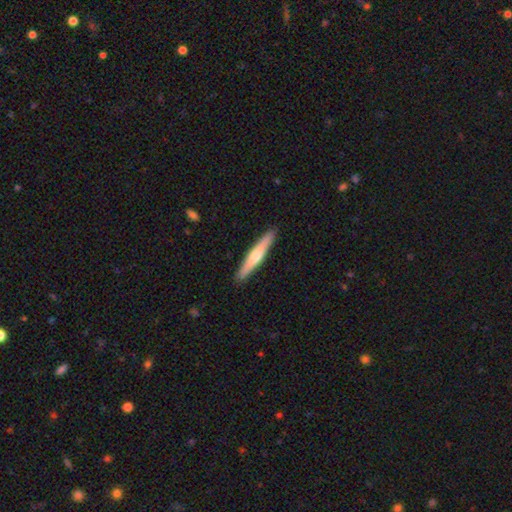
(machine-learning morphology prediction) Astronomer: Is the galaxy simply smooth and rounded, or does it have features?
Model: featured or disk — 48% (runner-up: smooth, 47%).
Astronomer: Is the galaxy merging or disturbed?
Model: none — 92%.